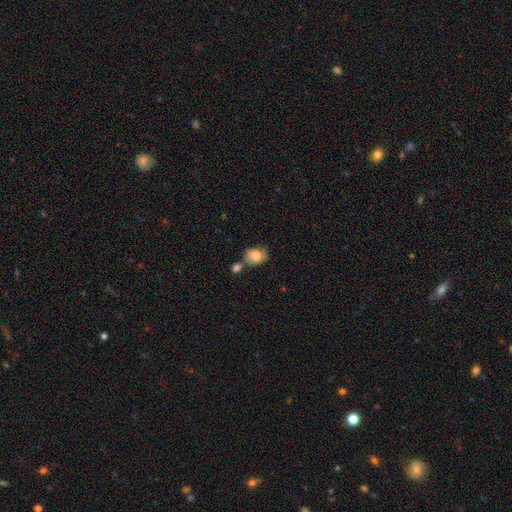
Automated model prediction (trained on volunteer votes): Morphology: type=smooth (77%); roundness=round (50%); merging=none (45%).